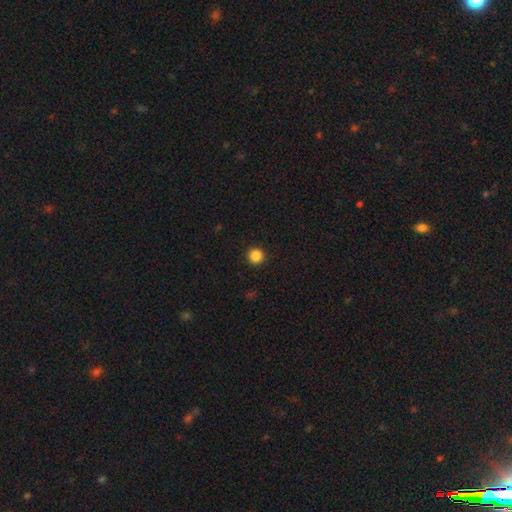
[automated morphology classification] This appears to be a smooth galaxy with no disk features (85%) that is round (96%). Merging: none (93%).